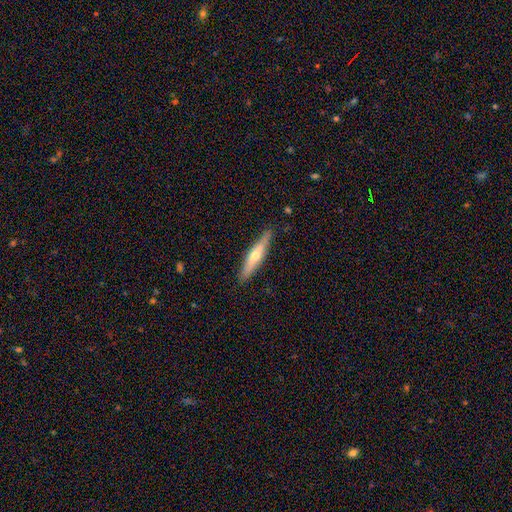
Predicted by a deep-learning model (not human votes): A featured or disk galaxy (56%) viewed edge-on (92%) with a rounded central bulge (88%).

Vote fractions:
- Smooth or featured? featured or disk: 56% / smooth: 39% / star or artifact: 6%
- Edge-on disk? yes: 92% / no: 8%
- Edge-on bulge? rounded: 88% / none: 9% / boxy: 3%
- Merging? none: 87% / minor disturbance: 10% / major disturbance: 2% / merger: 1%